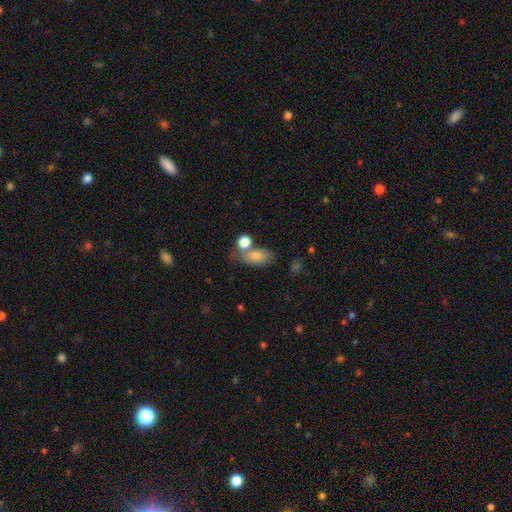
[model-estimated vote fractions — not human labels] A smooth galaxy with no disk features (80%) that is in between round and cigar-shaped (85%).

Vote fractions:
- Smooth or featured? smooth: 80% / featured or disk: 12% / star or artifact: 8%
- How rounded? in between: 85% / round: 11% / cigar-shaped: 5%
- Merging? none: 46% / merger: 27% / minor disturbance: 18% / major disturbance: 8%